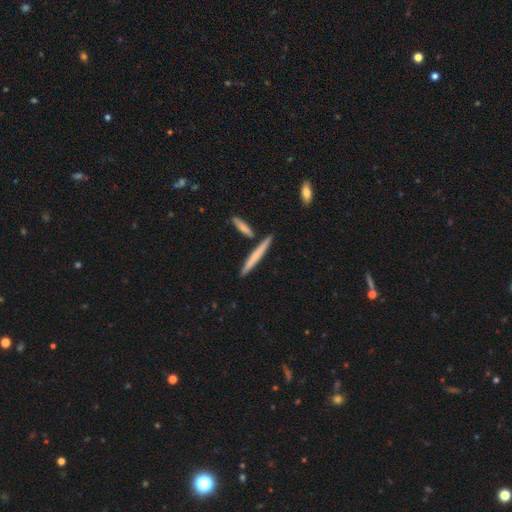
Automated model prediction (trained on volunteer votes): Morphology: type=smooth (60%); roundness=cigar-shaped (95%); merging=none (82%).